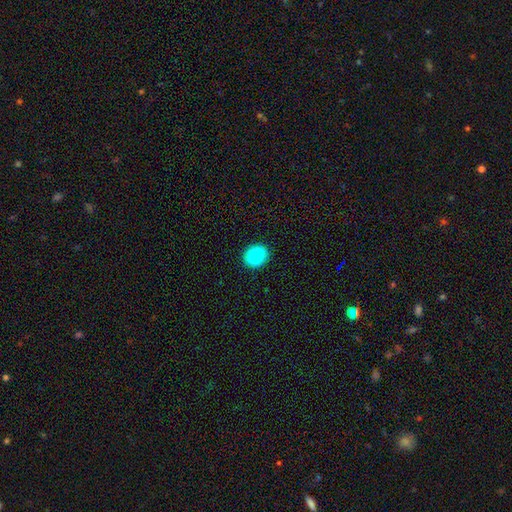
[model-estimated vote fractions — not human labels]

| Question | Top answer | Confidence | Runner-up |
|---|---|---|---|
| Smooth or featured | smooth | 87% | star or artifact (8%) |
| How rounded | round | 65% | in between (34%) |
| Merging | none | 91% | minor disturbance (6%) |